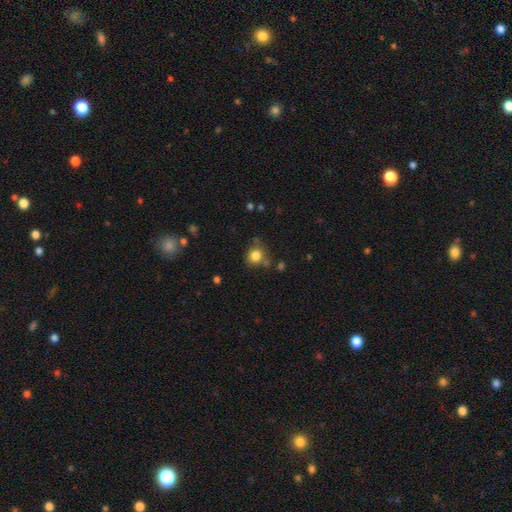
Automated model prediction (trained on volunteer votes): Smooth or featured: smooth — 82% (star or artifact — 12%)
How rounded: round — 84% (in between — 15%)
Merging: none — 71% (minor disturbance — 16%)